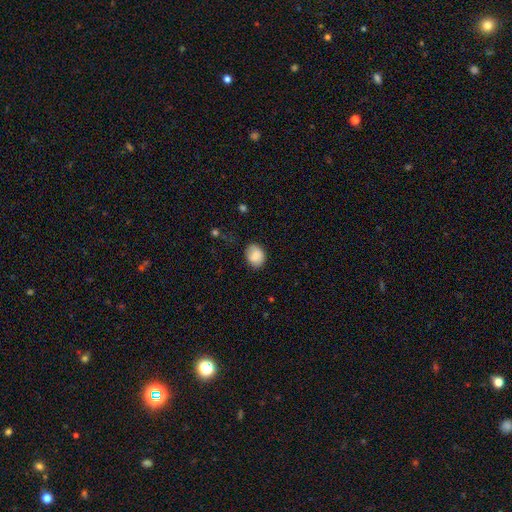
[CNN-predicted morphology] A smooth galaxy with no disk features (84%) that is in between round and cigar-shaped (56%).

Vote fractions:
- Smooth or featured? smooth: 84% / featured or disk: 9% / star or artifact: 8%
- How rounded? in between: 56% / round: 43% / cigar-shaped: 1%
- Merging? none: 80% / minor disturbance: 15% / major disturbance: 4% / merger: 1%